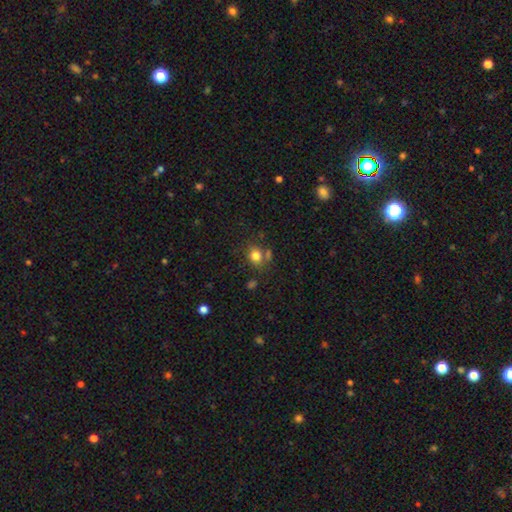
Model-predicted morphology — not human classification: Q: Smooth or featured?
A: smooth (80%); runner-up: star or artifact (12%)
Q: How rounded?
A: round (66%); runner-up: in between (33%)
Q: Merging?
A: none (66%); runner-up: minor disturbance (15%)